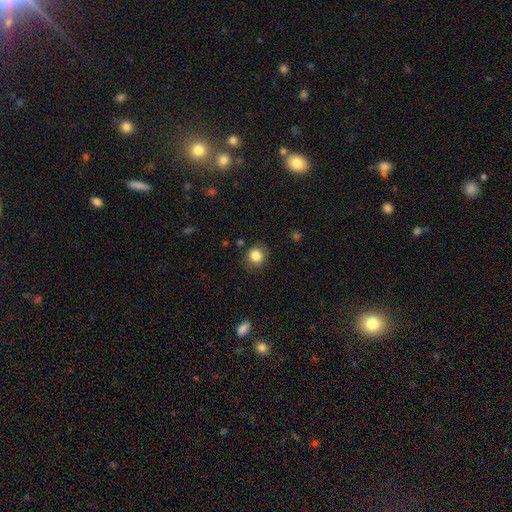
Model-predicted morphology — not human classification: The model was most divided on "merging": none: 80%, minor disturbance: 15%, major disturbance: 4%, merger: 1%. More confident: smooth or featured — smooth (84%); how rounded — round (83%).